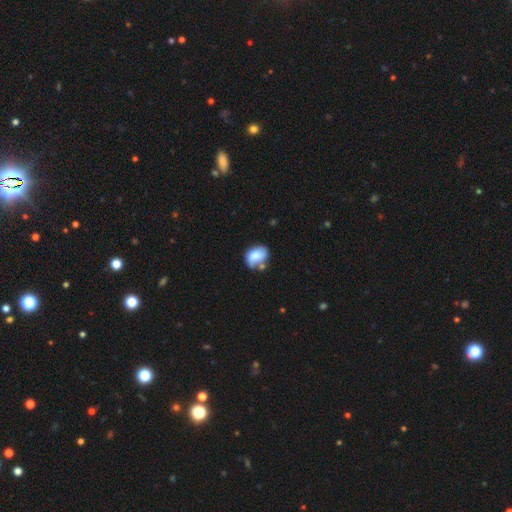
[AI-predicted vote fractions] This is likely a smooth galaxy (65%). How rounded: likely in between (68%). Merging: marginally none (39%).